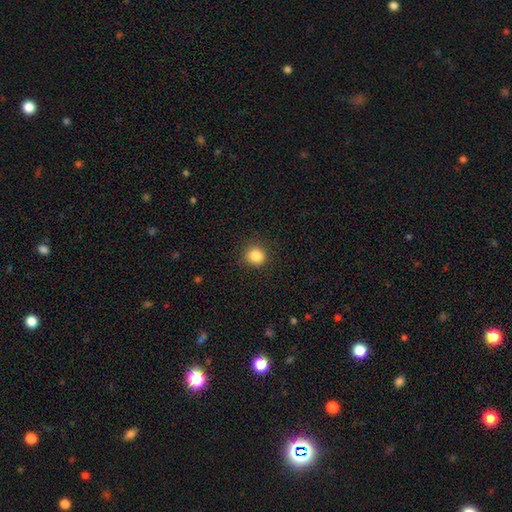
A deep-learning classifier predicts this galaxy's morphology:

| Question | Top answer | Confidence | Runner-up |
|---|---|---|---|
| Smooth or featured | smooth | 86% | star or artifact (10%) |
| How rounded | round | 87% | in between (12%) |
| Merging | none | 87% | minor disturbance (9%) |